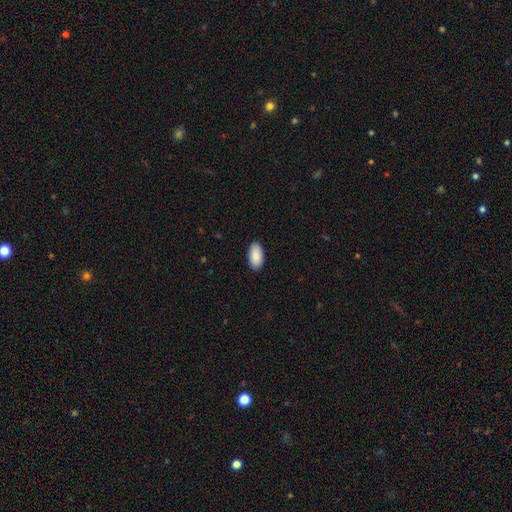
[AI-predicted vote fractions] A smooth galaxy with no disk features (91%) that is in between round and cigar-shaped (96%). Merging: none (89%).